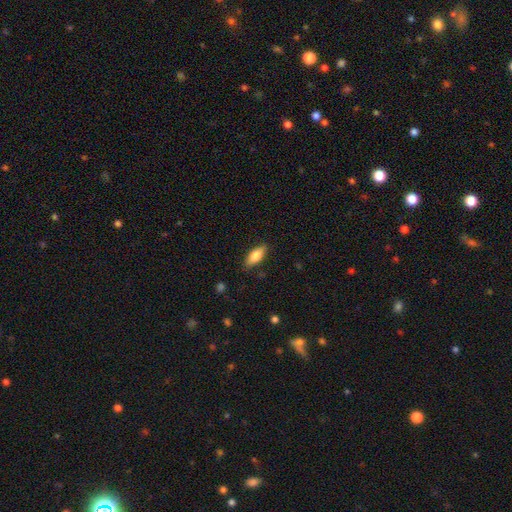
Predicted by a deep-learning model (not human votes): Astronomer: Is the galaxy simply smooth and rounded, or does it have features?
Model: smooth — 78%.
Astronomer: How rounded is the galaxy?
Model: in between — 75%.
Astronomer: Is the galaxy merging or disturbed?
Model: none — 85%.